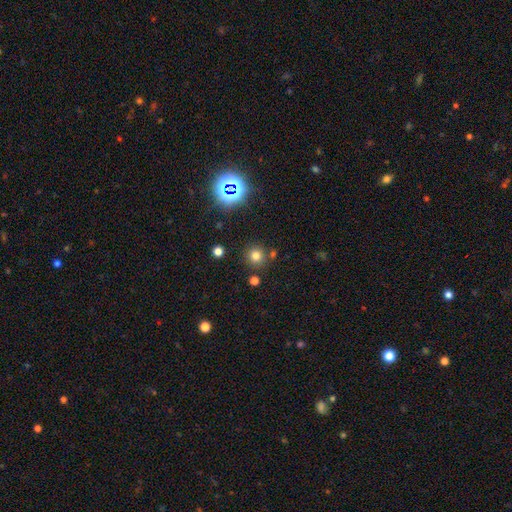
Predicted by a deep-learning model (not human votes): Overall: smooth (73%). How rounded: round (94%). Merging: none (83%).